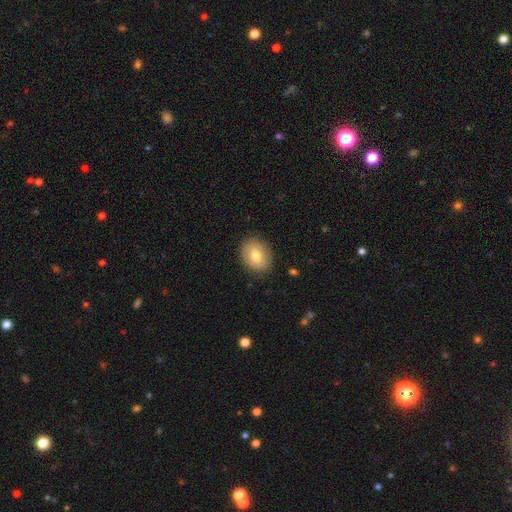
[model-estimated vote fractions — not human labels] smooth 70%, featured or disk 22%, star or artifact 7%. Down the decision tree: how rounded — in between (54%); merging — none (86%).